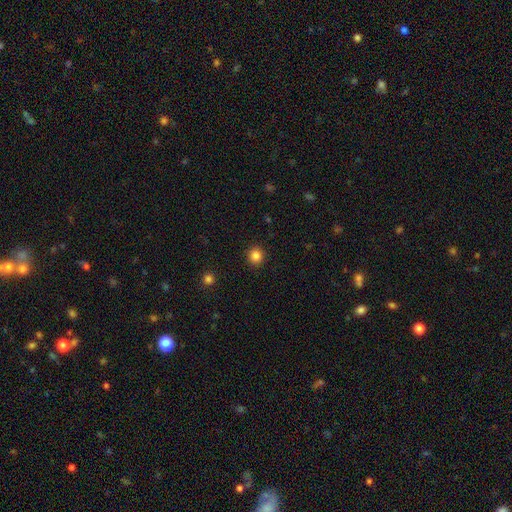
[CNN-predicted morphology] Smooth or featured? smooth (84%)
How rounded? round (90%)
Merging? none (92%)